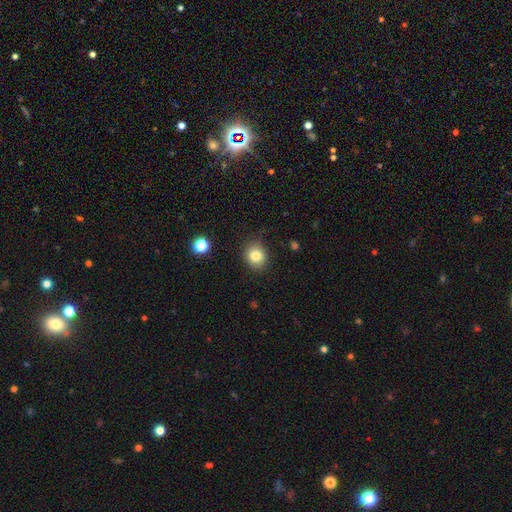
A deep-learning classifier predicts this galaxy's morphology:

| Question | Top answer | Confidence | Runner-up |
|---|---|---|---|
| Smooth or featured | smooth | 81% | star or artifact (11%) |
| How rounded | round | 73% | in between (26%) |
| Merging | none | 85% | minor disturbance (11%) |